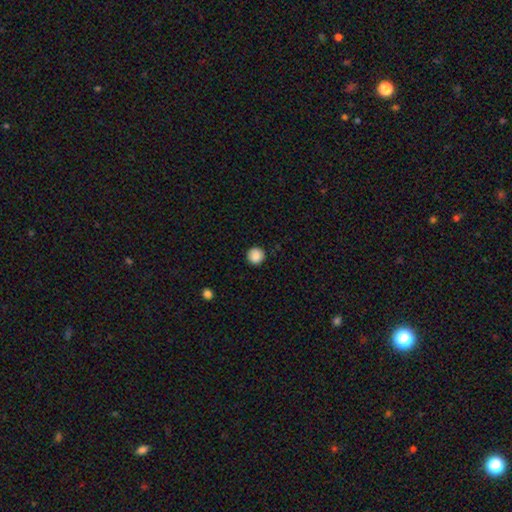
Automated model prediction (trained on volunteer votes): Smooth or featured? smooth (89%)
How rounded? round (95%)
Merging? none (92%)